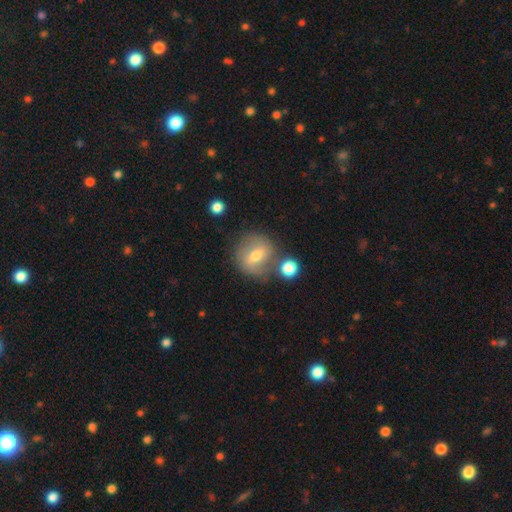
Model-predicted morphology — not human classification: smooth-or-featured: smooth: 46% | featured or disk: 44% | star or artifact: 10%
  merging: none: 67% | minor disturbance: 16% | merger: 12% | major disturbance: 6%